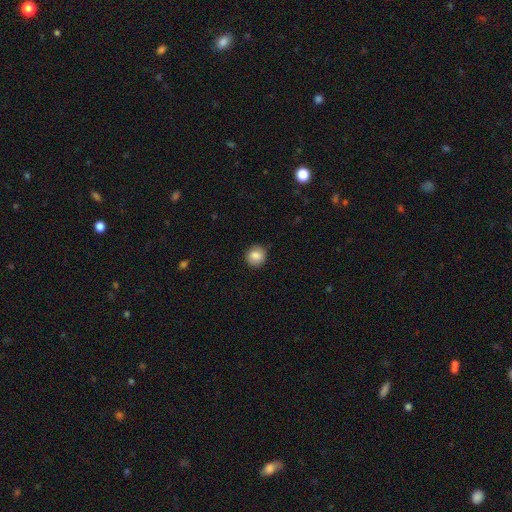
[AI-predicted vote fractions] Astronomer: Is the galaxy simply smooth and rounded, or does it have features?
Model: smooth — 85%.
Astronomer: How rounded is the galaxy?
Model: round — 87%.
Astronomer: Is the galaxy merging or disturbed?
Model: none — 87%.